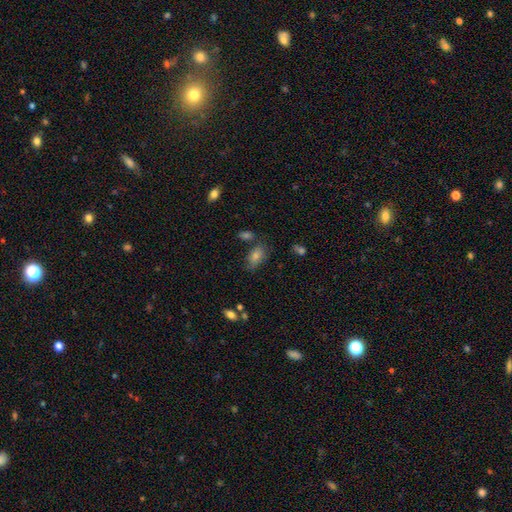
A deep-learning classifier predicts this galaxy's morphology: A smooth galaxy with no disk features (70%) that is in between round and cigar-shaped (87%). Merging: none (70%).